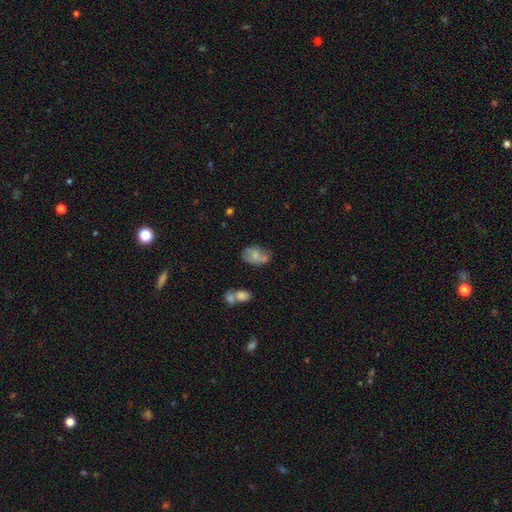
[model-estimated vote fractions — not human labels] Morphology: type=smooth (63%); roundness=in between (79%); merging=none (43%).